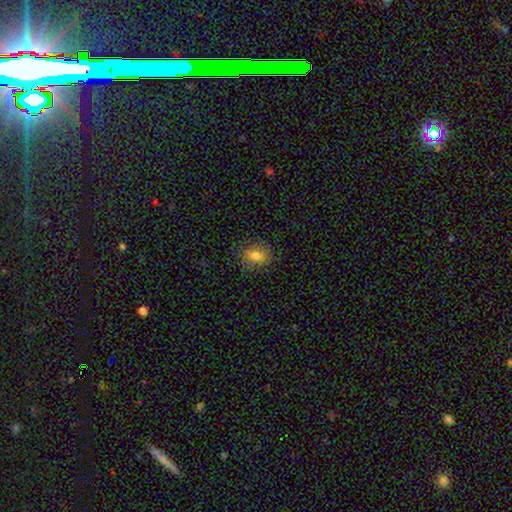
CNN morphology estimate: Overall: smooth (78%). How rounded: in between (62%; round 36%). Merging: none (81%).